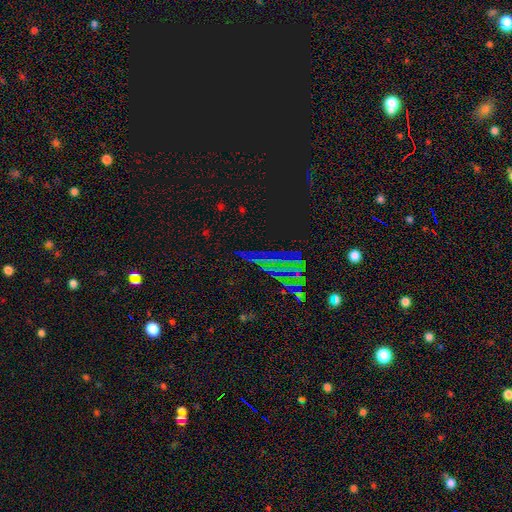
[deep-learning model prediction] smooth_or_featured: star or artifact (p=0.73) [alt: smooth p=0.14]